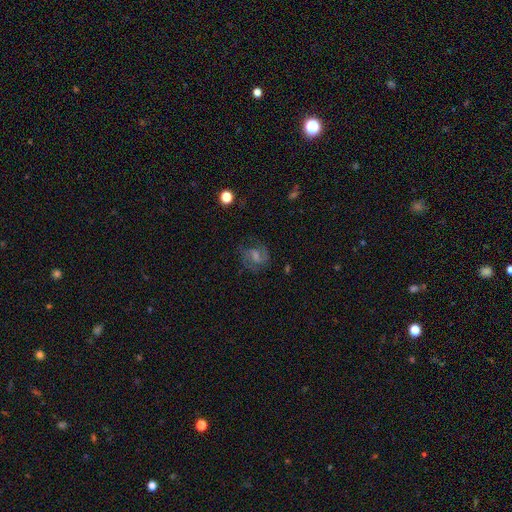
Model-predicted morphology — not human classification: A featured or disk galaxy (65%) with a weak bar (51%), 2 (70%) medium (50%) spiral arms (90%) and a small central bulge (38%). Merging: none (74%).